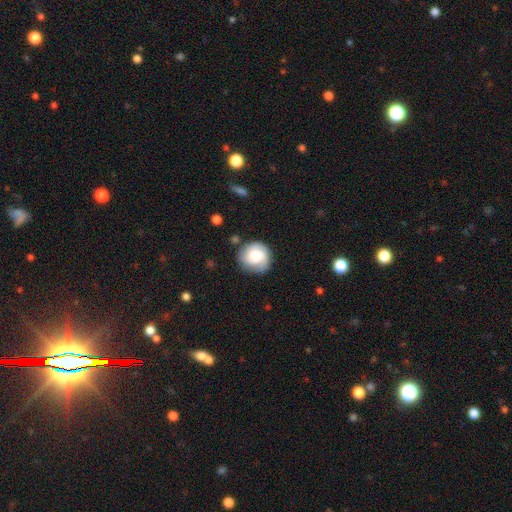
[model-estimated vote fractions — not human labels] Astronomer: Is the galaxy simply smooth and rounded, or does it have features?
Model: smooth — 59%.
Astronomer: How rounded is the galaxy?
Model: round — 89%.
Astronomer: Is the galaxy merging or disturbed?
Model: none — 73%.